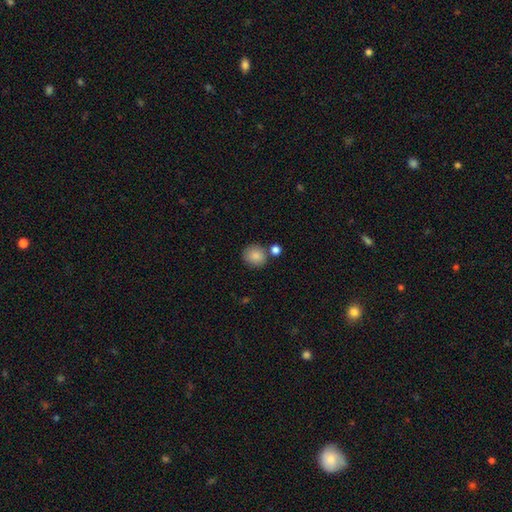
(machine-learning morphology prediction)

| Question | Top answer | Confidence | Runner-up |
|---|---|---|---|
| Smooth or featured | smooth | 87% | star or artifact (8%) |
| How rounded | round | 85% | in between (14%) |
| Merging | none | 74% | merger (12%) |